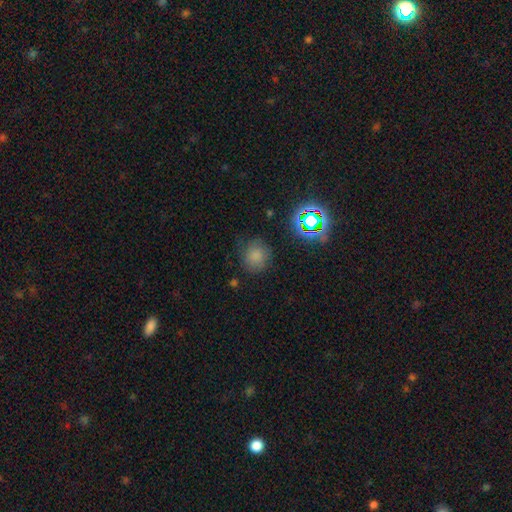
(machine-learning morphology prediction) Q: Smooth or featured?
A: smooth (74%); runner-up: star or artifact (18%)
Q: How rounded?
A: round (86%); runner-up: in between (13%)
Q: Merging?
A: none (76%); runner-up: minor disturbance (16%)